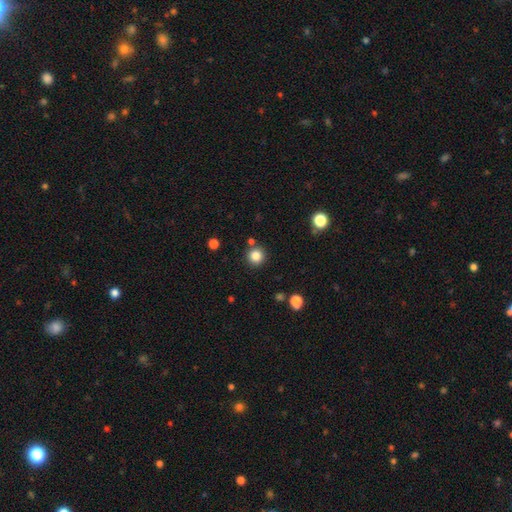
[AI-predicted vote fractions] smooth 83%, star or artifact 12%, featured or disk 5%. Down the decision tree: how rounded — round (94%); merging — none (86%).